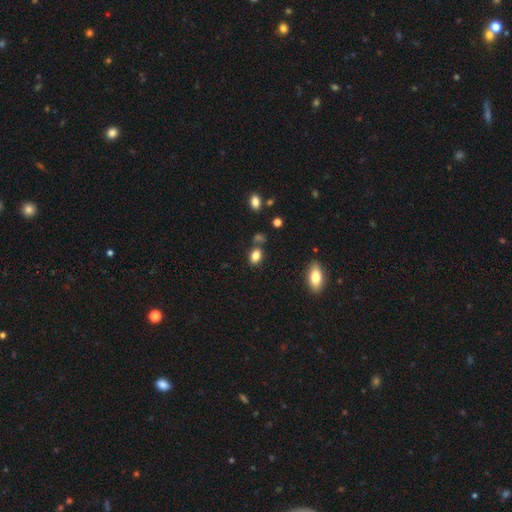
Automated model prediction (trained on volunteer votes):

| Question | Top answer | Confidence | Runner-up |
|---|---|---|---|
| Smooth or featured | smooth | 83% | star or artifact (11%) |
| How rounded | in between | 75% | round (23%) |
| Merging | none | 69% | minor disturbance (14%) |